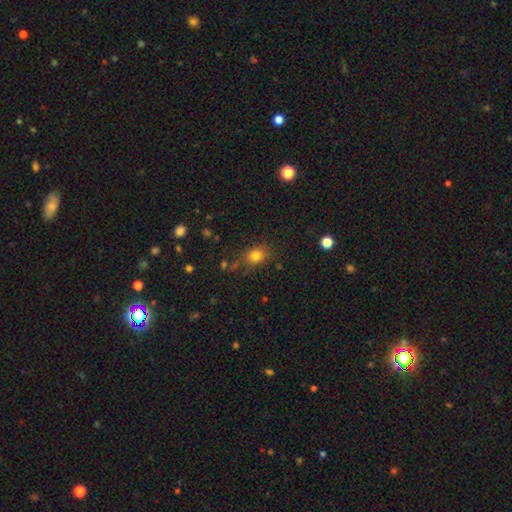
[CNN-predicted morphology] A smooth galaxy with no disk features (79%) that is round (53%).

Vote fractions:
- Smooth or featured? smooth: 79% / star or artifact: 14% / featured or disk: 8%
- How rounded? round: 53% / in between: 46% / cigar-shaped: 1%
- Merging? none: 75% / minor disturbance: 16% / major disturbance: 5% / merger: 3%